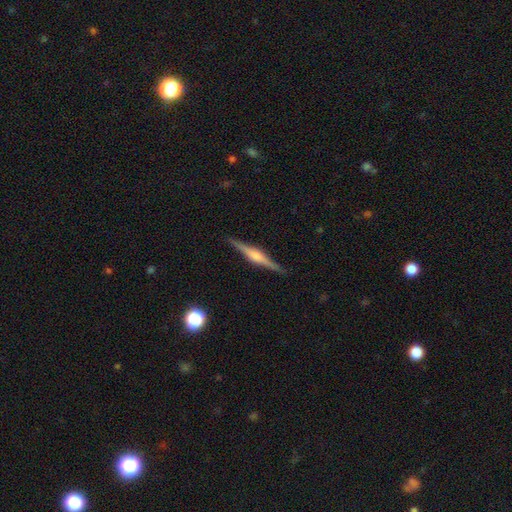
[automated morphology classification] A featured or disk galaxy (78%) viewed edge-on (98%) with a rounded central bulge (73%). Merging: none (90%).